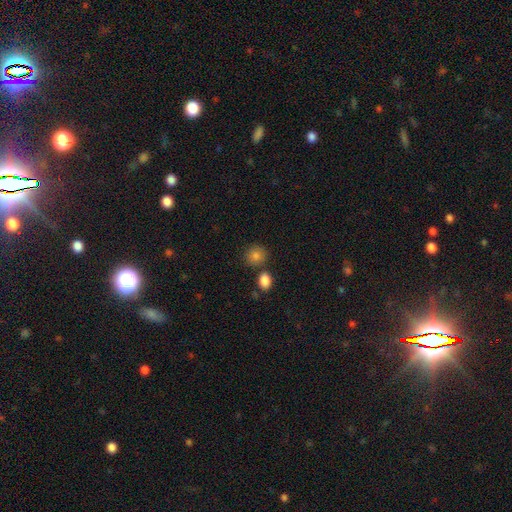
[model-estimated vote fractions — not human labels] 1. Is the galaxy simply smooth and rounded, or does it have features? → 84% smooth, 10% star or artifact, 6% featured or disk.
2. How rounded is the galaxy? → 79% round, 20% in between, 1% cigar-shaped.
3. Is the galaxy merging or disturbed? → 74% none, 13% merger, 10% minor disturbance, 3% major disturbance.